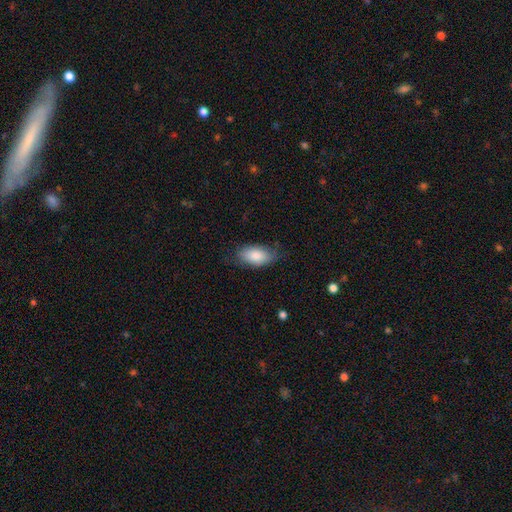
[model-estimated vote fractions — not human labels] Overall: smooth (85%). How rounded: in between (93%). Merging: none (71%).